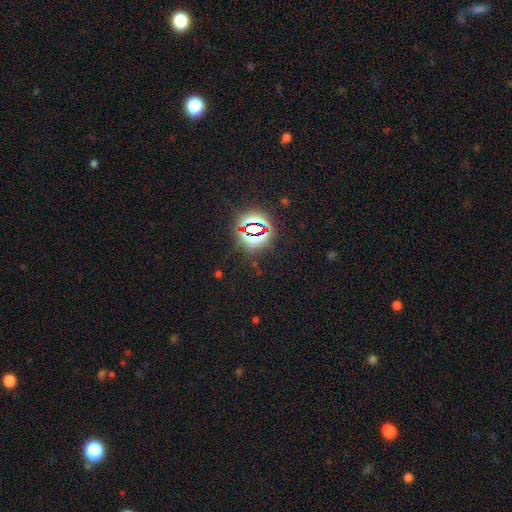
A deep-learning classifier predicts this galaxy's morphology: star or artifact 80%, smooth 12%, featured or disk 8%.